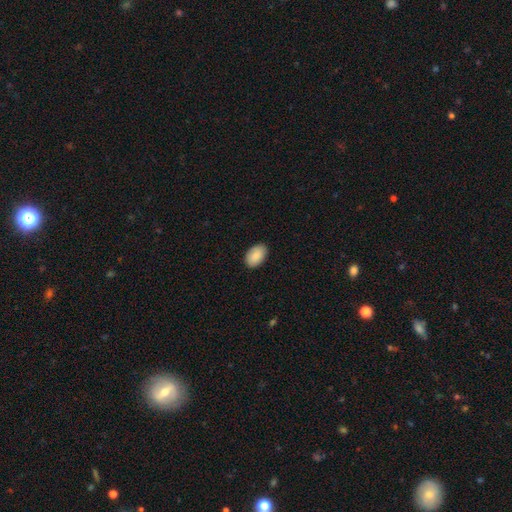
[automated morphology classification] Smooth or featured? smooth (89%)
How rounded? in between (90%)
Merging? none (88%)